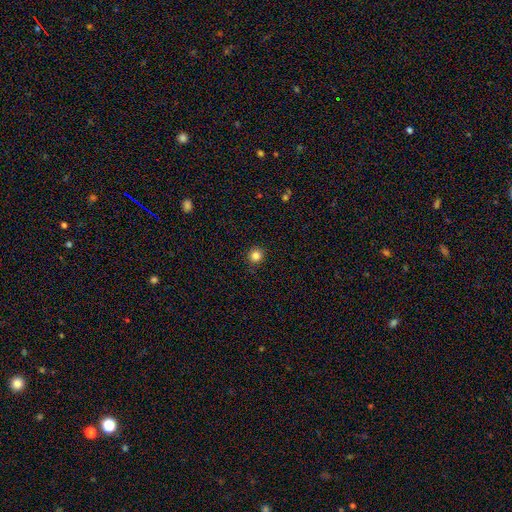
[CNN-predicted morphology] Q: Smooth or featured?
A: smooth (84%); runner-up: star or artifact (12%)
Q: How rounded?
A: round (94%); runner-up: in between (6%)
Q: Merging?
A: none (90%); runner-up: minor disturbance (7%)